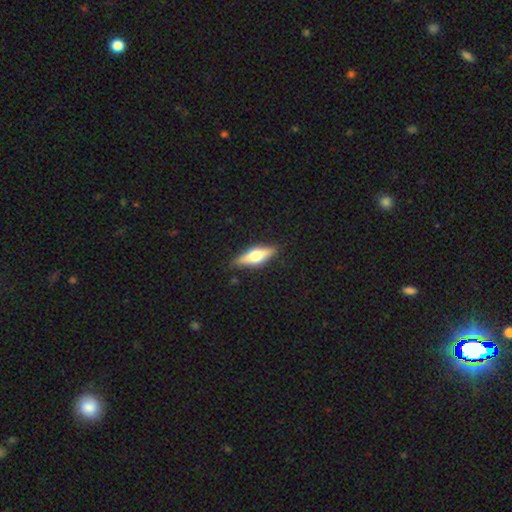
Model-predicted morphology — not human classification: Q: Smooth or featured?
A: featured or disk (52%); runner-up: smooth (42%)
Q: Edge-on disk?
A: yes (93%); runner-up: no (7%)
Q: Merging?
A: none (87%); runner-up: minor disturbance (10%)